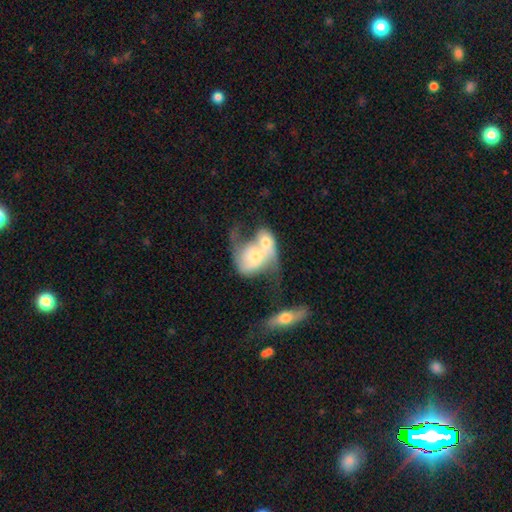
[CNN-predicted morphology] type=featured or disk (63%); edge-on=no (95%); bar=no (70%); spiral arms=yes (69%); bulge=small (46%); merging=merger (71%).